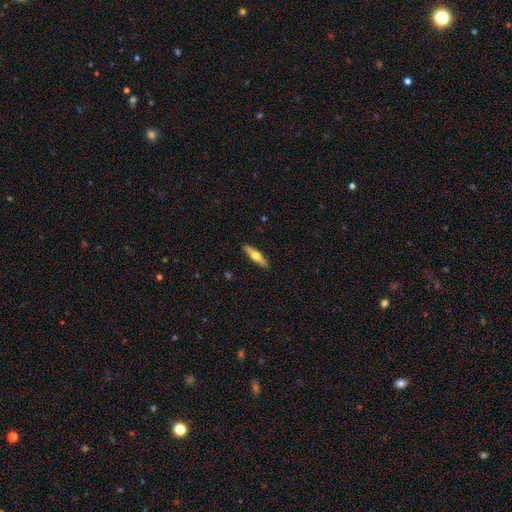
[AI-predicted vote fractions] Q: Smooth or featured?
A: featured or disk (57%); runner-up: smooth (38%)
Q: Edge-on disk?
A: yes (95%); runner-up: no (5%)
Q: Edge-on bulge?
A: rounded (95%); runner-up: boxy (3%)
Q: Merging?
A: none (91%); runner-up: minor disturbance (7%)